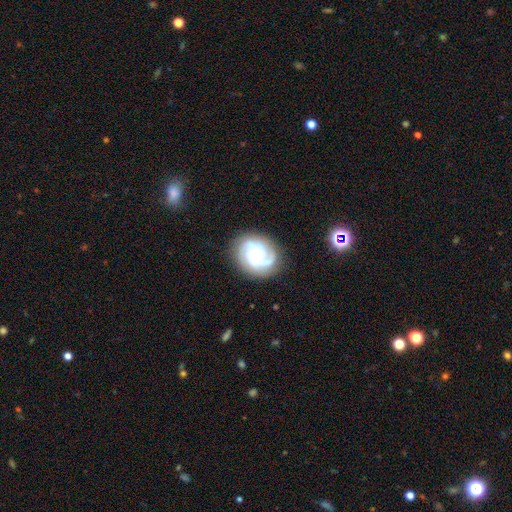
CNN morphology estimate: This appears to be a featured or disk galaxy (82%) with no bar (70%), 3 (44%) tight (48%) spiral arms (96%) and a small central bulge (51%). Merging: none (79%).